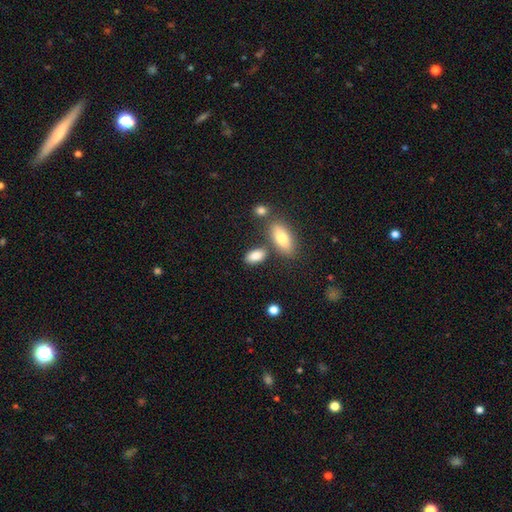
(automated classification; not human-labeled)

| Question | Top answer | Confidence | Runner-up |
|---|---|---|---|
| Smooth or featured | smooth | 84% | star or artifact (8%) |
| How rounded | in between | 89% | round (6%) |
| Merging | none | 72% | merger (12%) |